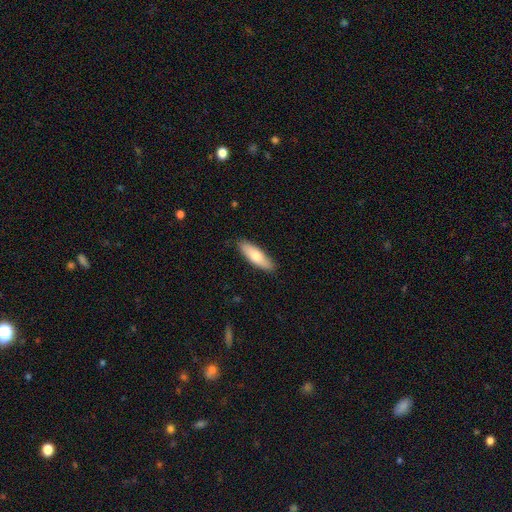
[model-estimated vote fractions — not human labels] A smooth galaxy with no disk features (72%) that is in between round and cigar-shaped (50%). Merging: none (87%).